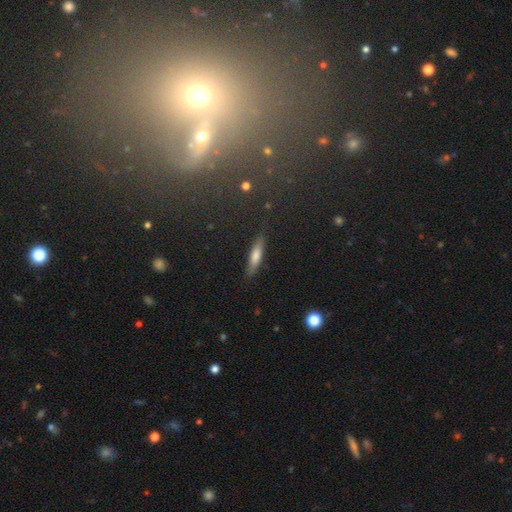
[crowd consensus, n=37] smooth_or_featured: smooth (p=0.76) [alt: featured or disk p=0.24]
how_rounded: cigar-shaped (p=0.93) [alt: in between p=0.07]
merging: none (p=0.78) [alt: minor disturbance p=0.16]